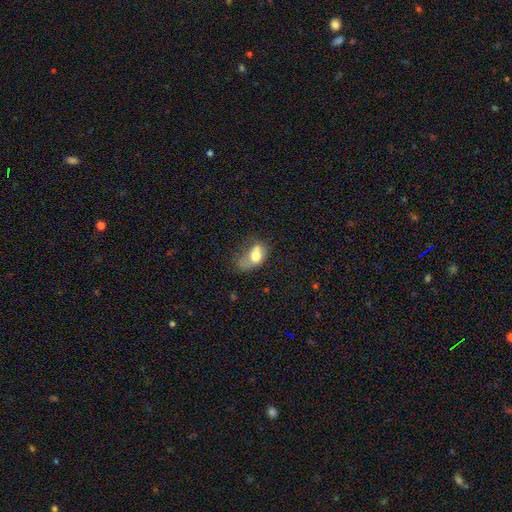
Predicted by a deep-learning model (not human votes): A smooth galaxy with no disk features (68%) that is in between round and cigar-shaped (85%). Merging: major disturbance (36%).